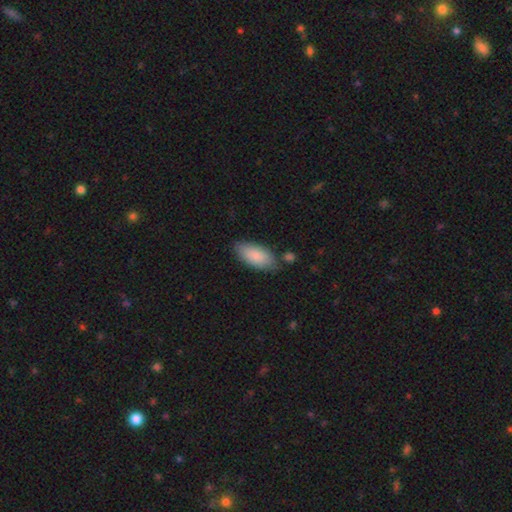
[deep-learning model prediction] This appears to be a smooth galaxy with no disk features (85%) that is in between round and cigar-shaped (90%). Merging: none (72%).